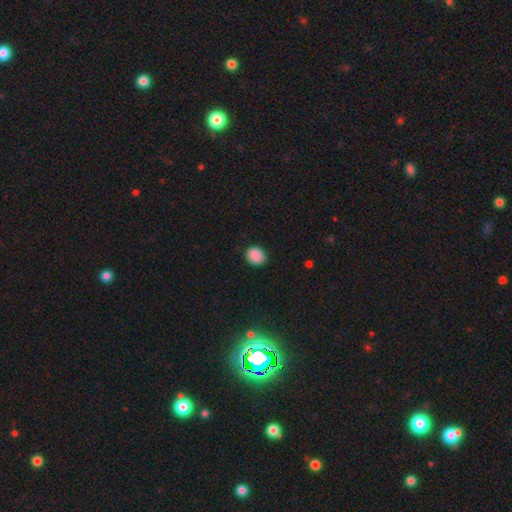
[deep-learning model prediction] Smooth or featured? Predicted: smooth (p=0.89). How rounded? Predicted: round (p=0.61). Merging? Predicted: none (p=0.86).